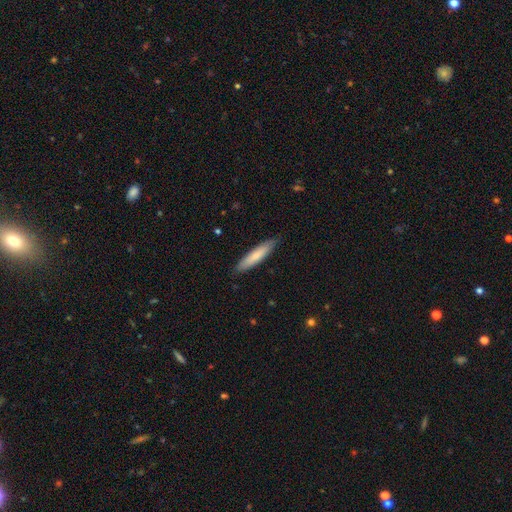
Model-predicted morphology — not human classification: Q: Smooth or featured?
A: smooth (76%); runner-up: featured or disk (19%)
Q: How rounded?
A: cigar-shaped (85%); runner-up: in between (14%)
Q: Merging?
A: none (87%); runner-up: minor disturbance (10%)